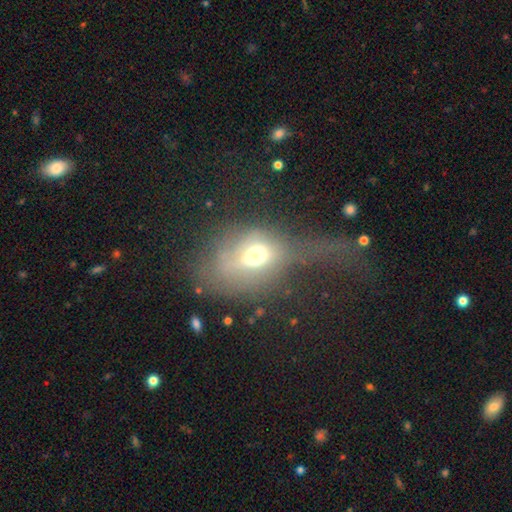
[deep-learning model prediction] Smooth or featured: smooth — 56% (featured or disk — 29%)
How rounded: in between — 64% (round — 34%)
Merging: major disturbance — 55% (none — 21%)